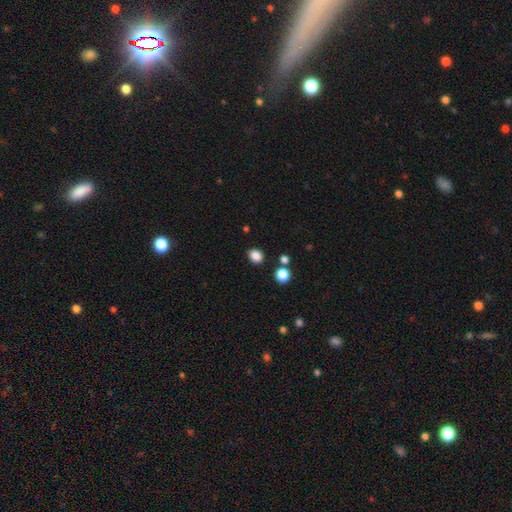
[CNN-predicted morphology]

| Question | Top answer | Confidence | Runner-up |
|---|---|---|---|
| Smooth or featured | smooth | 85% | star or artifact (12%) |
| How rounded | round | 51% | in between (48%) |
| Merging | none | 84% | minor disturbance (10%) |